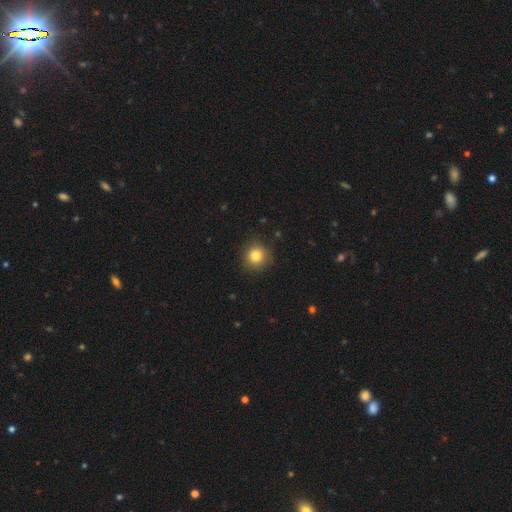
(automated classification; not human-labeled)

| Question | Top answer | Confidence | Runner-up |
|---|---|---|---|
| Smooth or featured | smooth | 81% | star or artifact (12%) |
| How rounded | round | 93% | in between (6%) |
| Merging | none | 90% | minor disturbance (7%) |